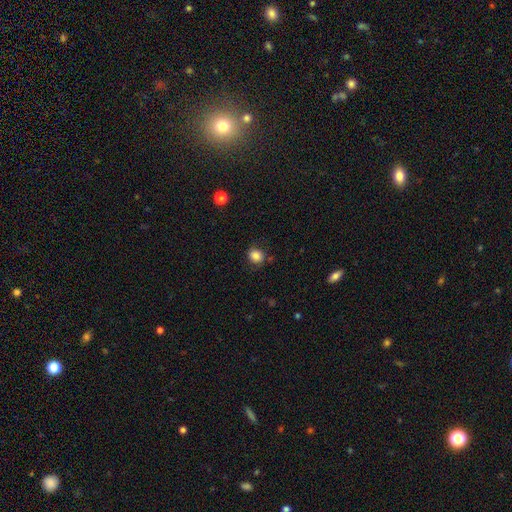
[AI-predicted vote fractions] A smooth galaxy with no disk features (84%) that is round (74%).

Vote fractions:
- Smooth or featured? smooth: 84% / star or artifact: 11% / featured or disk: 6%
- How rounded? round: 74% / in between: 25% / cigar-shaped: 1%
- Merging? none: 79% / minor disturbance: 15% / major disturbance: 4% / merger: 2%